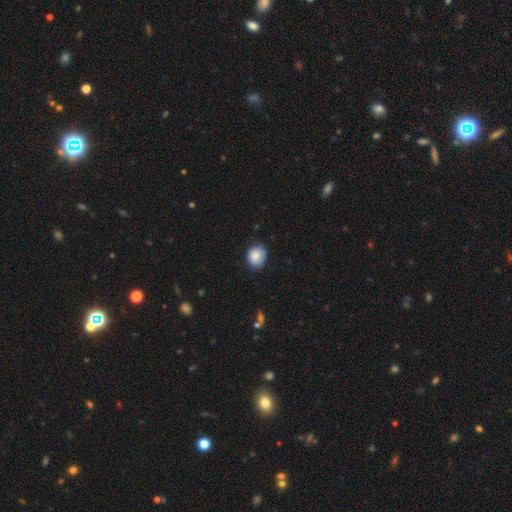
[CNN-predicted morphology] Smooth or featured?
  - smooth: 85% *
  - star or artifact: 8%
  - featured or disk: 7%
How rounded?
  - round: 68% *
  - in between: 31%
  - cigar-shaped: 1%
Merging?
  - none: 74% *
  - minor disturbance: 22%
  - major disturbance: 3%
  - merger: 1%